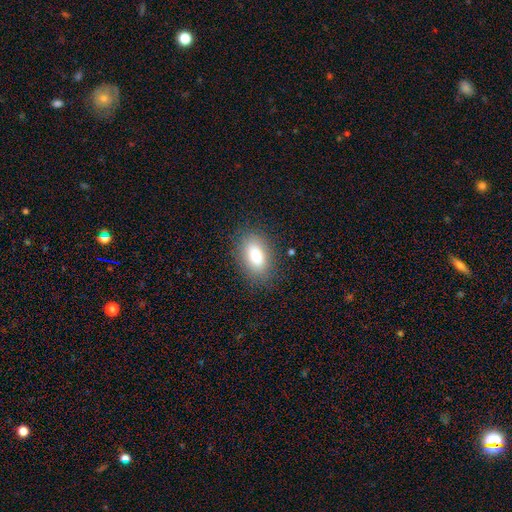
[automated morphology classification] type=smooth (81%); roundness=in between (89%); merging=none (85%).